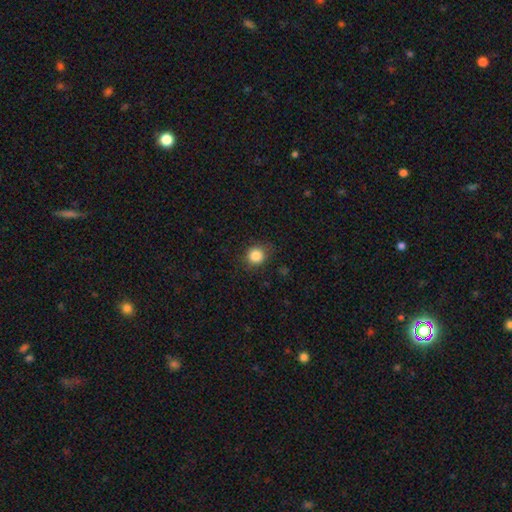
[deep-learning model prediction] smooth 85%, star or artifact 11%, featured or disk 4%. Down the decision tree: how rounded — round (88%); merging — none (84%).